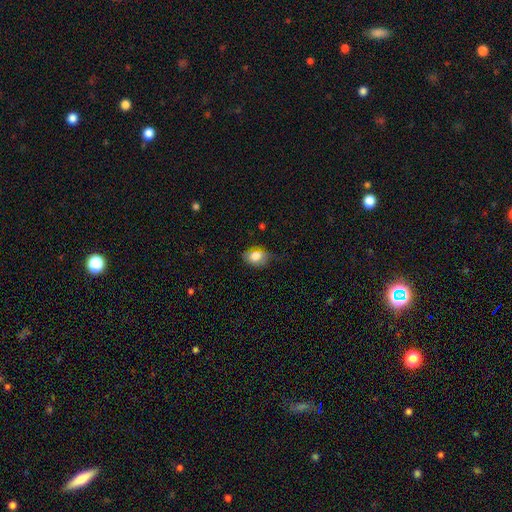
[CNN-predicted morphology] Smooth or featured? Predicted: smooth (p=0.76). How rounded? Predicted: in between (p=0.69). Merging? Predicted: none (p=0.60).